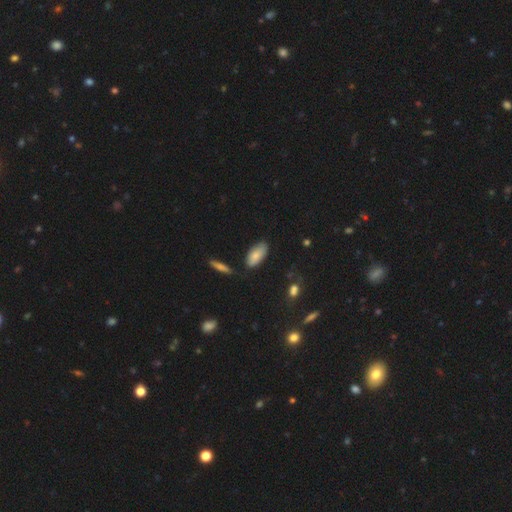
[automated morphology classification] Overall: smooth (81%). How rounded: in between (89%). Merging: none (76%).